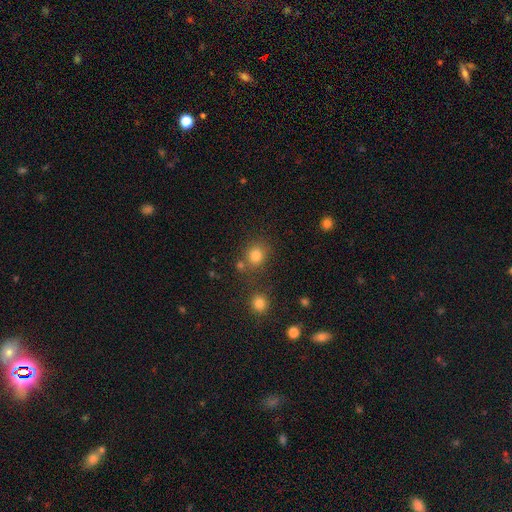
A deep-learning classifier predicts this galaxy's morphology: This is clearly a smooth galaxy (81%). How rounded: likely round (79%). Merging: likely none (70%).